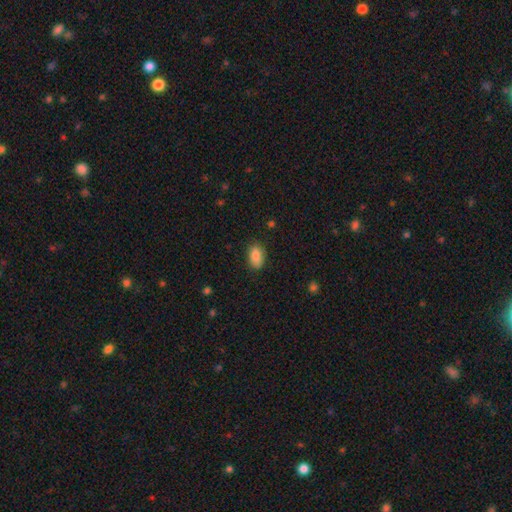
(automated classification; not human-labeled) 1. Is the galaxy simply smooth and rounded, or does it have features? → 87% smooth, 8% star or artifact, 6% featured or disk.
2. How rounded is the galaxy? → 90% in between, 7% round, 3% cigar-shaped.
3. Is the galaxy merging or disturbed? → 82% none, 14% minor disturbance, 3% major disturbance, 1% merger.